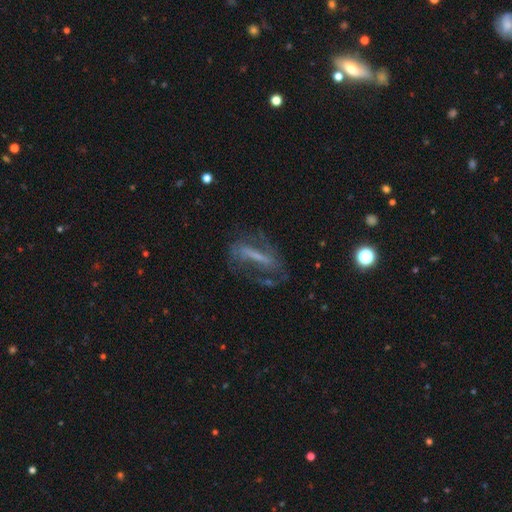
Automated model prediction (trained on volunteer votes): The model was most divided on "merging": none: 55%, major disturbance: 23%, minor disturbance: 19%, merger: 3%. More confident: edge-on disk — no (76%); smooth or featured — featured or disk (65%).